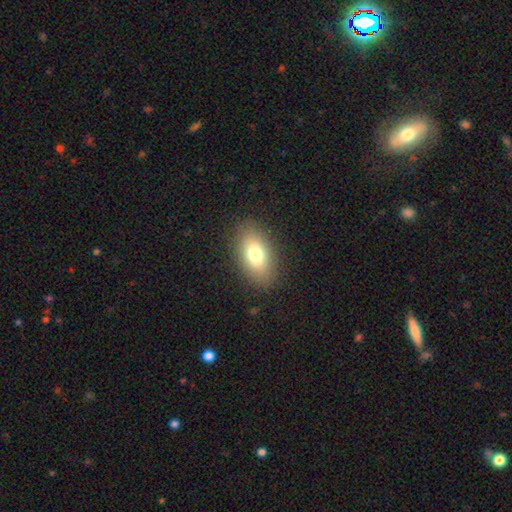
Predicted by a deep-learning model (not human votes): Smooth or featured?
  - smooth: 76% *
  - featured or disk: 15%
  - star or artifact: 9%
How rounded?
  - in between: 88% *
  - round: 6%
  - cigar-shaped: 6%
Merging?
  - none: 89% *
  - minor disturbance: 8%
  - major disturbance: 2%
  - merger: 1%